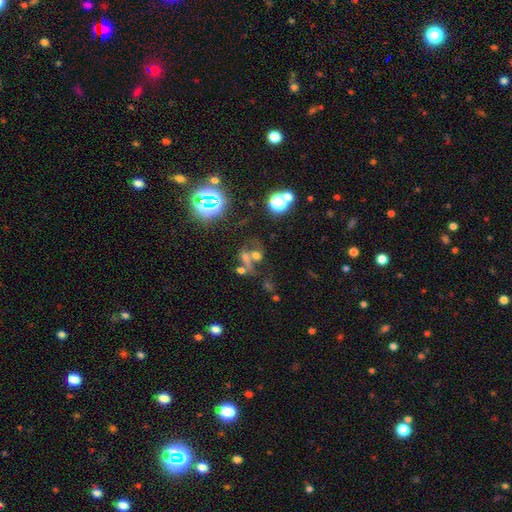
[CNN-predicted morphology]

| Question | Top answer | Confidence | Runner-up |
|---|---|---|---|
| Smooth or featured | smooth | 42% | star or artifact (36%) |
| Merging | merger | 46% | none (31%) |